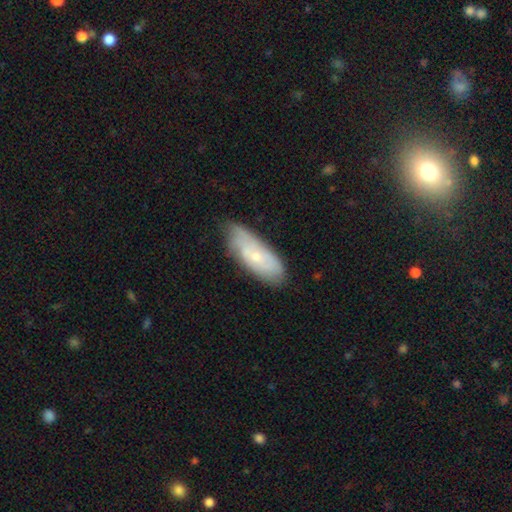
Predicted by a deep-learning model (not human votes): Smooth or featured? smooth (47%)
Merging? none (65%)